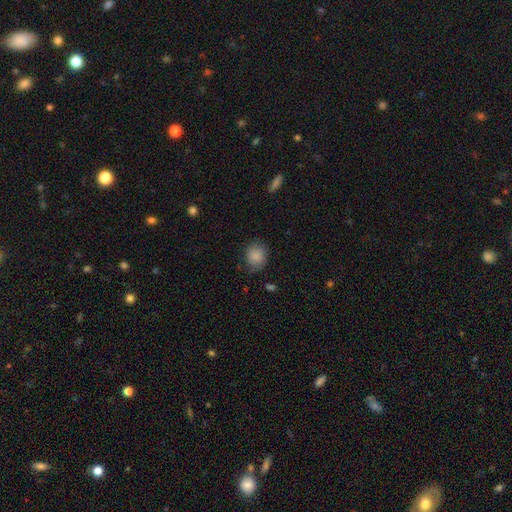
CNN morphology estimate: type=smooth (86%); roundness=round (68%); merging=none (73%).